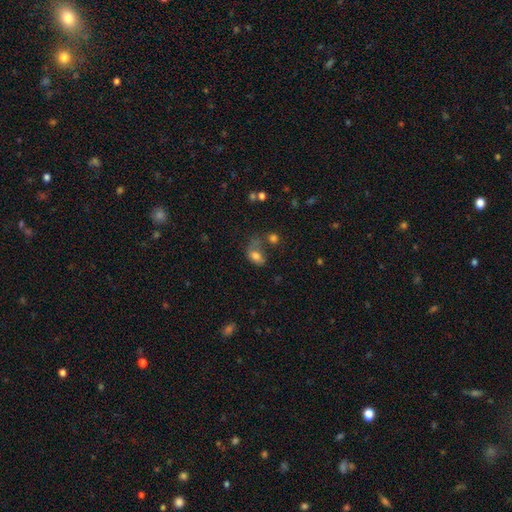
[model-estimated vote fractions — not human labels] smooth 76%, featured or disk 13%, star or artifact 11%. Down the decision tree: how rounded — in between (84%); merging — none (32%).